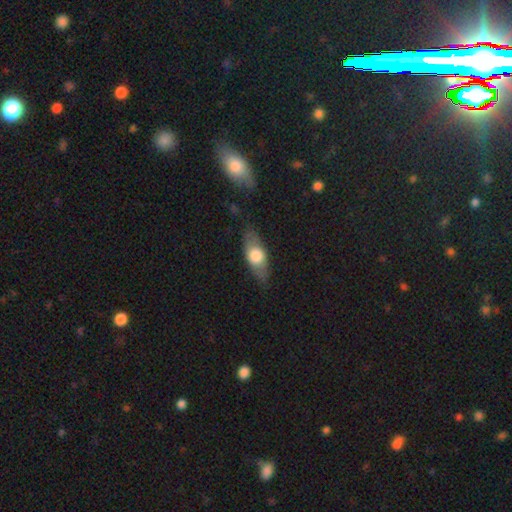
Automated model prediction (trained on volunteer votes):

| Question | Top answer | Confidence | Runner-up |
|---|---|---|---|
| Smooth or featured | smooth | 60% | featured or disk (33%) |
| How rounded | in between | 70% | cigar-shaped (24%) |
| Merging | none | 78% | minor disturbance (16%) |